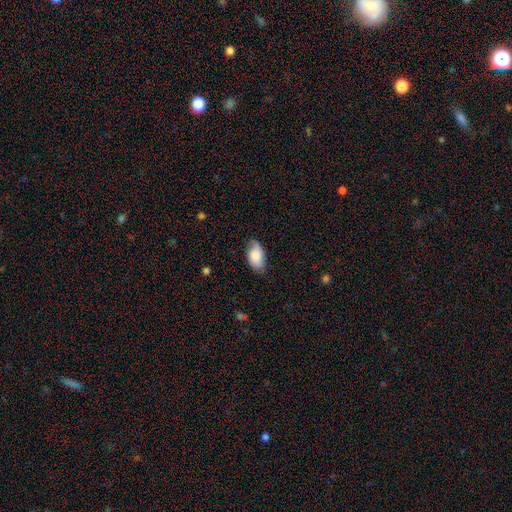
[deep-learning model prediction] A smooth galaxy with no disk features (74%) that is in between round and cigar-shaped (94%).

Vote fractions:
- Smooth or featured? smooth: 74% / featured or disk: 19% / star or artifact: 7%
- How rounded? in between: 94% / round: 5% / cigar-shaped: 2%
- Merging? none: 64% / minor disturbance: 28% / major disturbance: 7% / merger: 1%